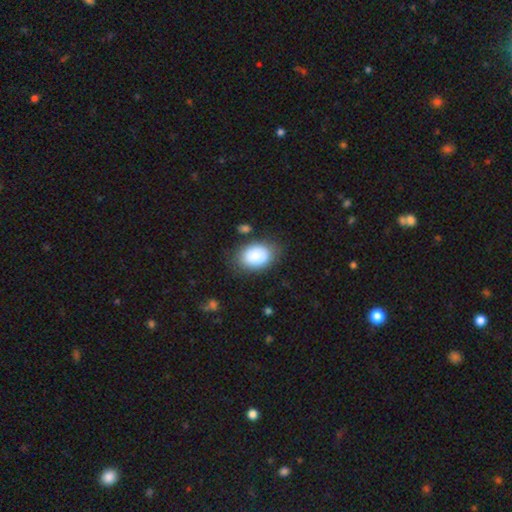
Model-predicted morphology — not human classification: Smooth or featured? Predicted: smooth (p=0.86). How rounded? Predicted: in between (p=0.81). Merging? Predicted: none (p=0.75).